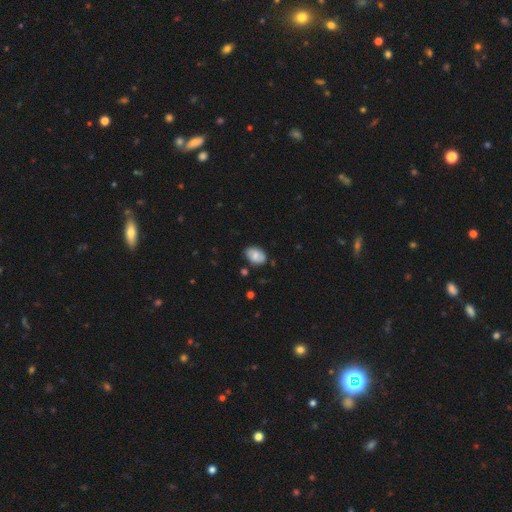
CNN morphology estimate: Smooth or featured? smooth (68%)
How rounded? in between (84%)
Merging? none (77%)